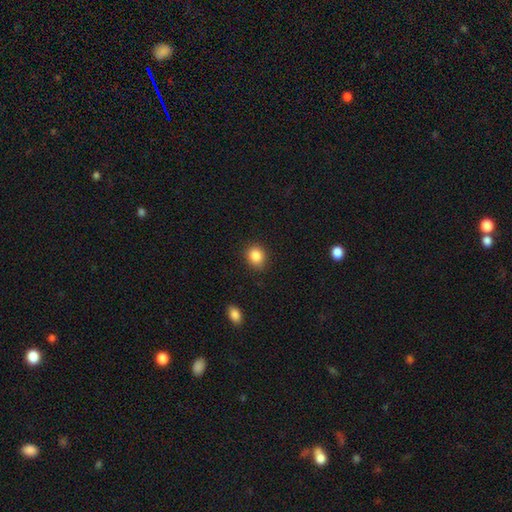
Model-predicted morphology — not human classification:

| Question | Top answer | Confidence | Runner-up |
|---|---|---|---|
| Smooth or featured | smooth | 86% | star or artifact (10%) |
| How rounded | round | 64% | in between (35%) |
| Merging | none | 87% | minor disturbance (10%) |